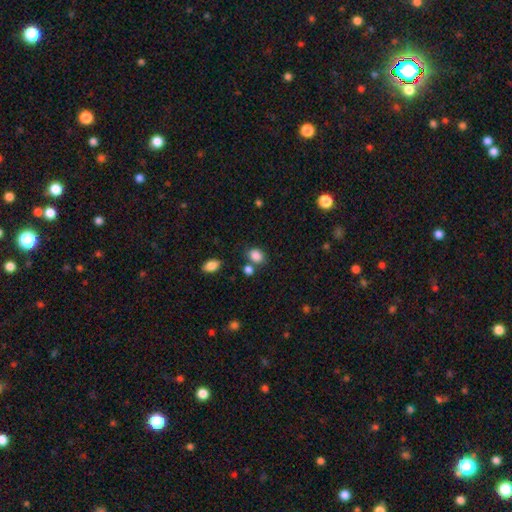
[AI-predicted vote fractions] Smooth or featured: smooth — 85% (star or artifact — 10%)
How rounded: in between — 54% (round — 45%)
Merging: none — 66% (merger — 16%)